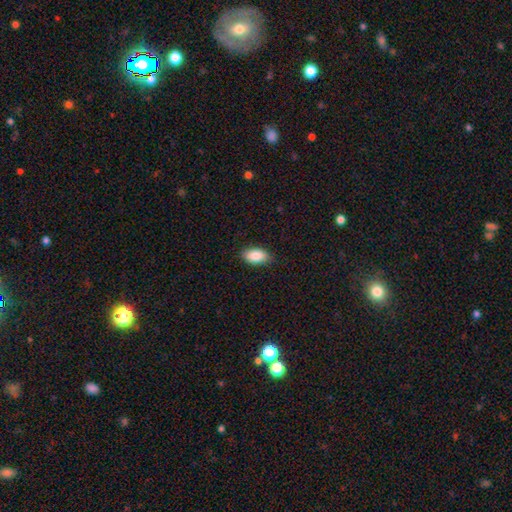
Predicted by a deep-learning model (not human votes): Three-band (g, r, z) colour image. It shows a smooth galaxy with no disk features (87%) that is in between round and cigar-shaped (93%). Merging: none (86%).